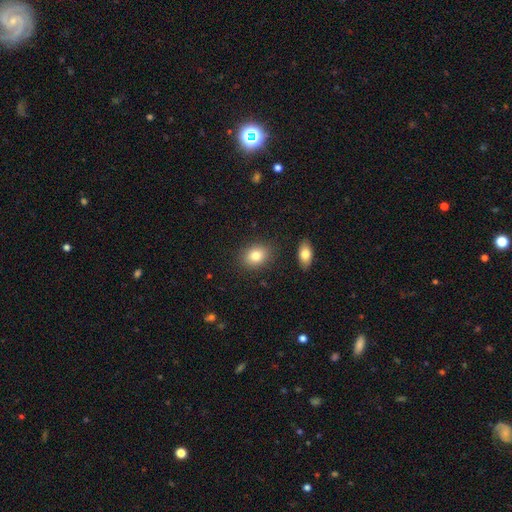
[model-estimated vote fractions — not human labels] Smooth or featured: smooth — 82% (featured or disk — 9%)
How rounded: in between — 64% (round — 35%)
Merging: none — 85% (minor disturbance — 9%)